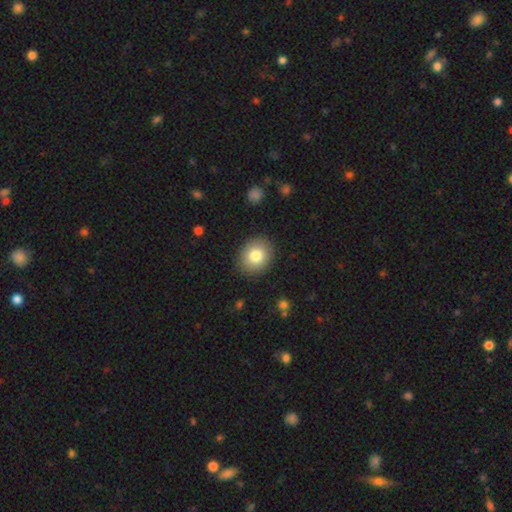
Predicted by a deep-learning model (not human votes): smooth-or-featured: smooth: 81% | featured or disk: 10% | star or artifact: 9%
  how-rounded: round: 66% | in between: 34% | cigar-shaped: 1%
  merging: none: 89% | minor disturbance: 8% | major disturbance: 2% | merger: 1%